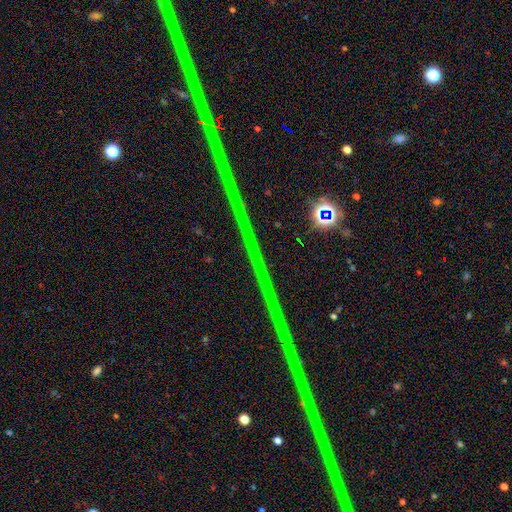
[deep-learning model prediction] Smooth or featured? Predicted: star or artifact (p=0.88).